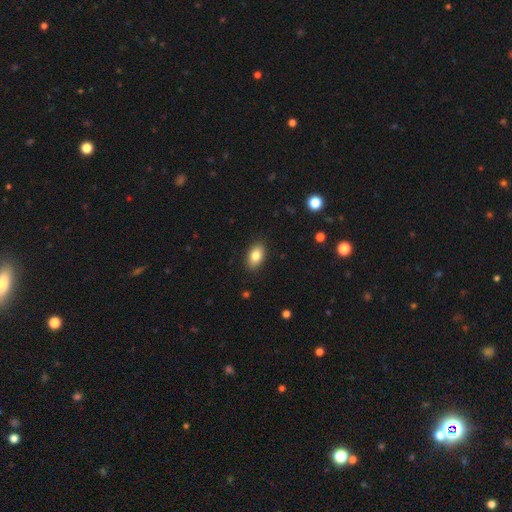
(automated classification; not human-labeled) smooth-or-featured: smooth: 83% | featured or disk: 9% | star or artifact: 8%
  how-rounded: in between: 90% | round: 8% | cigar-shaped: 2%
  merging: none: 88% | minor disturbance: 9% | major disturbance: 2% | merger: 1%